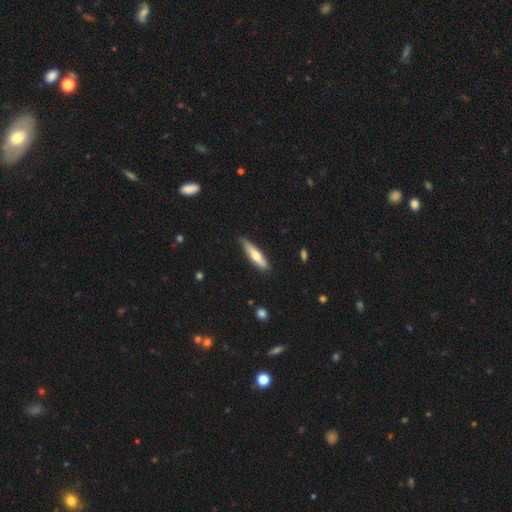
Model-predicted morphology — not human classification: Smooth or featured? smooth (51%)
How rounded? cigar-shaped (80%)
Merging? none (83%)